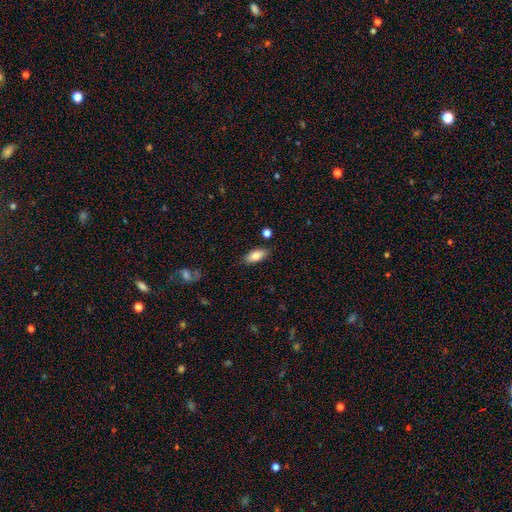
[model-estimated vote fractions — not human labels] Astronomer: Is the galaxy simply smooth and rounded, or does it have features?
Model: smooth — 83%.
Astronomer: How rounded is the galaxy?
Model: in between — 86%.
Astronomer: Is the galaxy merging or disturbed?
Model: none — 83%.